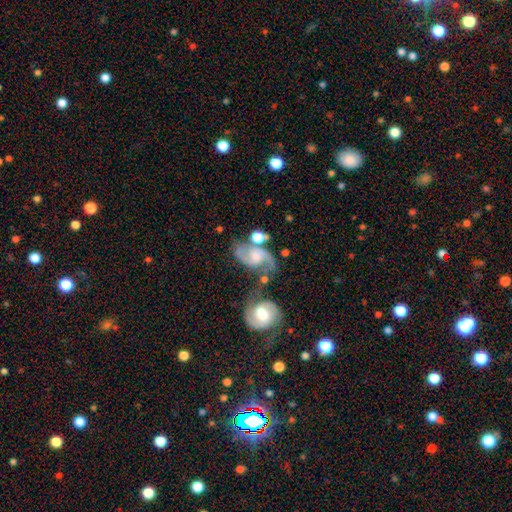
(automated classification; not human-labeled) Morphology: type=featured or disk (86%); edge-on=no (98%); bar=no (51%); spiral arms=yes (97%); winding=medium (52%); arm count=2 (92%); bulge=moderate (41%); merging=none (46%).